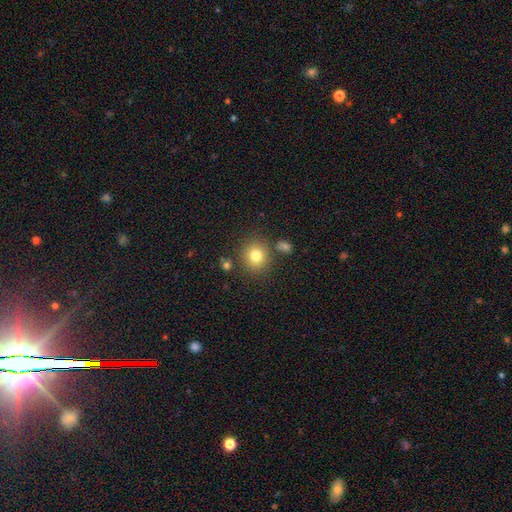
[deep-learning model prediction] Smooth or featured: smooth — 79% (star or artifact — 13%)
How rounded: round — 86% (in between — 13%)
Merging: none — 81% (minor disturbance — 9%)